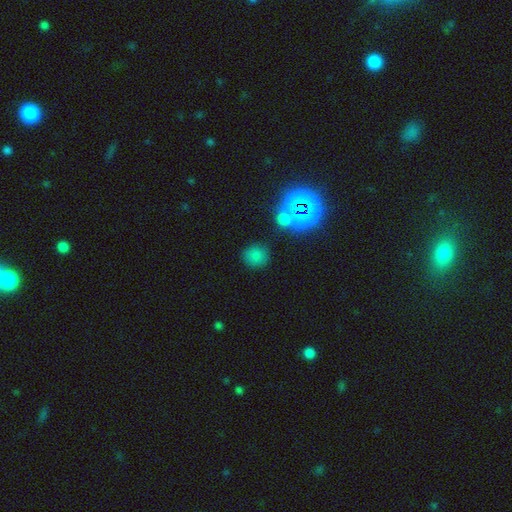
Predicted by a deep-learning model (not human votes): Morphology: type=smooth (73%); roundness=round (85%); merging=none (79%).